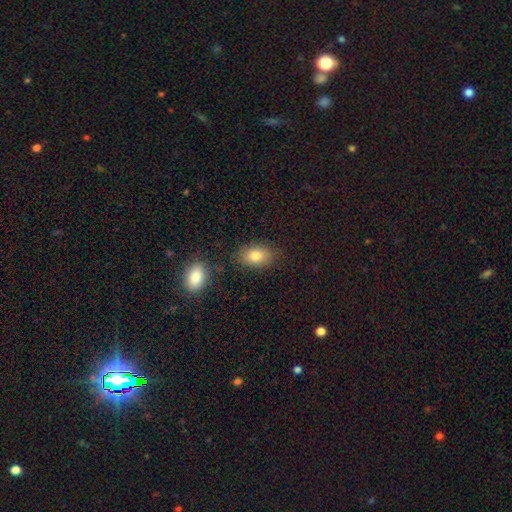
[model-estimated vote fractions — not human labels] This is clearly a smooth galaxy (83%). How rounded: clearly in between (86%). Merging: likely none (79%).